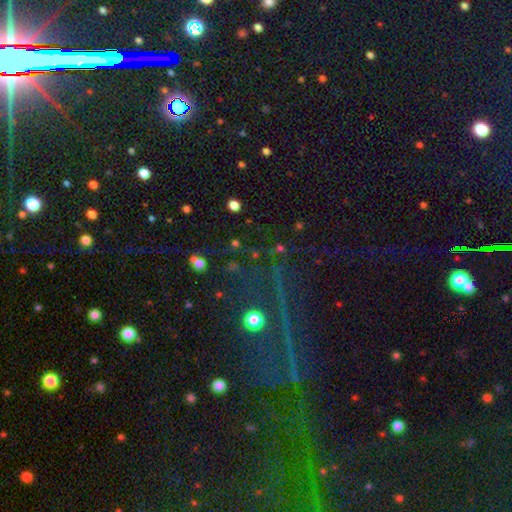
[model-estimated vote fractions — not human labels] smooth-or-featured: star or artifact: 66% | smooth: 23% | featured or disk: 11%